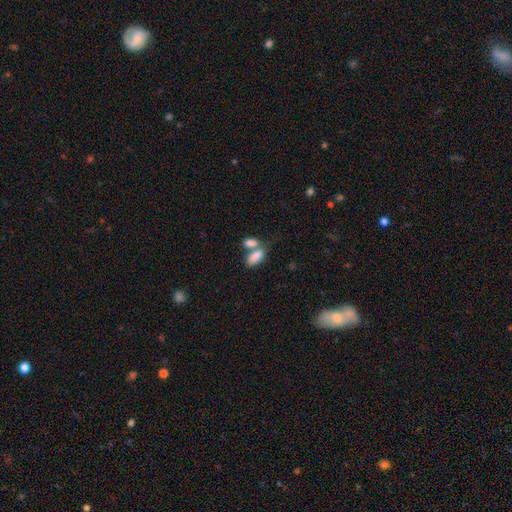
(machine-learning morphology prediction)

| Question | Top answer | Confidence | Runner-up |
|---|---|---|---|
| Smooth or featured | smooth | 83% | featured or disk (10%) |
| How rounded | in between | 87% | cigar-shaped (9%) |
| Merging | merger | 57% | none (29%) |